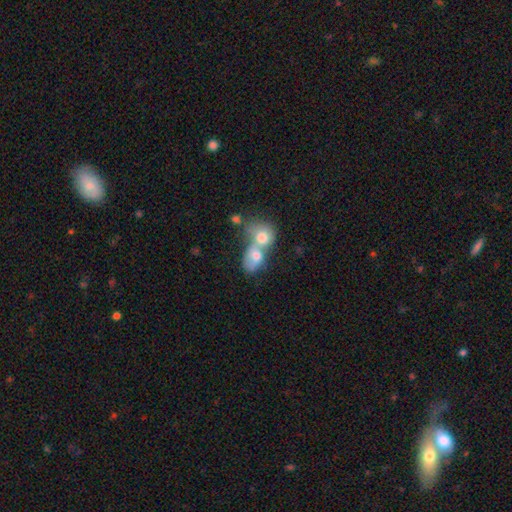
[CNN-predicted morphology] A smooth galaxy with no disk features (69%) that is in between round and cigar-shaped (55%).

Vote fractions:
- Smooth or featured? smooth: 69% / featured or disk: 23% / star or artifact: 8%
- How rounded? in between: 55% / round: 43% / cigar-shaped: 2%
- Merging? merger: 80% / none: 12% / minor disturbance: 5% / major disturbance: 4%